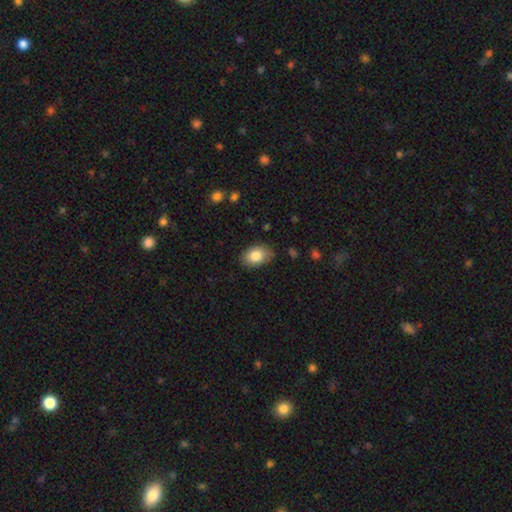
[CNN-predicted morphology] Smooth or featured: smooth — 82% (featured or disk — 10%)
How rounded: in between — 84% (round — 15%)
Merging: none — 78% (minor disturbance — 17%)